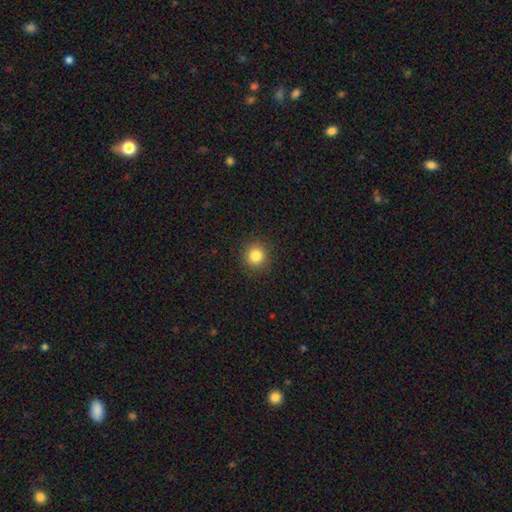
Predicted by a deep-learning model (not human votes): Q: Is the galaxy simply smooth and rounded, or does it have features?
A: smooth — 83%.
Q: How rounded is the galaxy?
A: round — 93%.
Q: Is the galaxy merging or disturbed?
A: none — 91%.